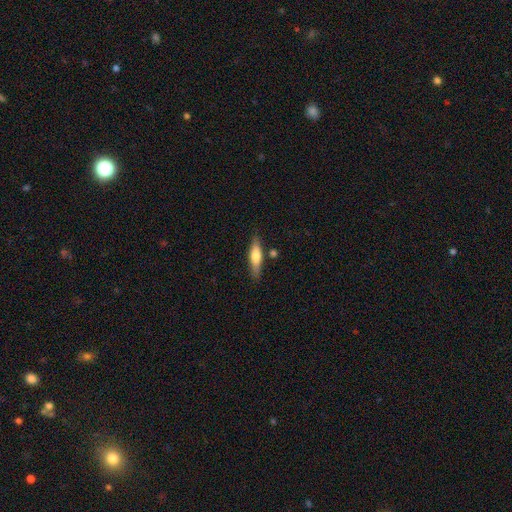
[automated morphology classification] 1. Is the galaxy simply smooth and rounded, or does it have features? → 60% smooth, 34% featured or disk, 6% star or artifact.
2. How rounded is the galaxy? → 70% cigar-shaped, 28% in between, 2% round.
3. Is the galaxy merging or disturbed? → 79% none, 13% minor disturbance, 5% merger, 3% major disturbance.